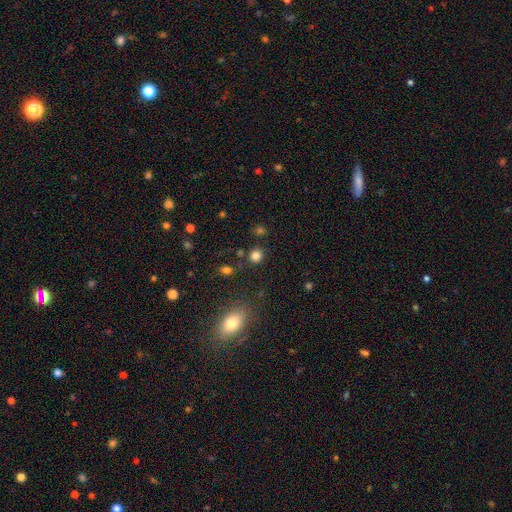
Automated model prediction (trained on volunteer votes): smooth-or-featured: smooth: 81% | star or artifact: 14% | featured or disk: 5%
  how-rounded: round: 88% | in between: 11% | cigar-shaped: 1%
  merging: none: 85% | minor disturbance: 8% | merger: 4% | major disturbance: 3%